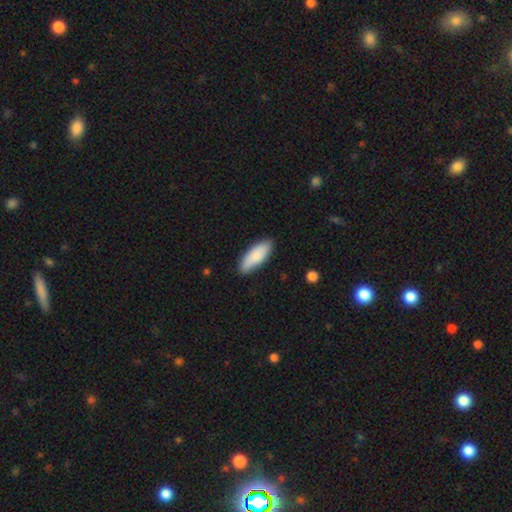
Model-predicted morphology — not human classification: smooth_or_featured: smooth (p=0.85) [alt: featured or disk p=0.10]
how_rounded: in between (p=0.68) [alt: cigar-shaped p=0.30]
merging: none (p=0.85) [alt: minor disturbance p=0.12]